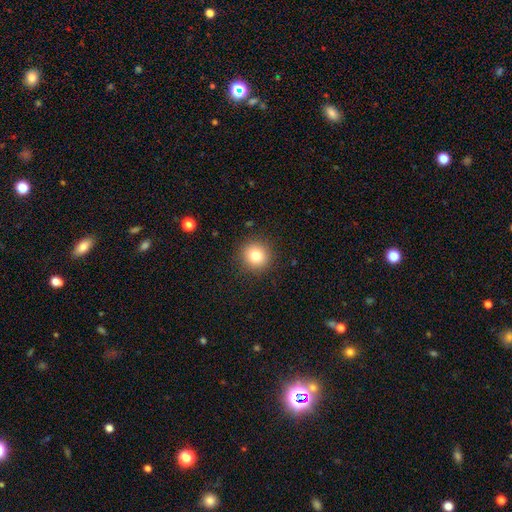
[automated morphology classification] This is clearly a smooth galaxy (81%). How rounded: clearly round (93%). Merging: clearly none (90%).